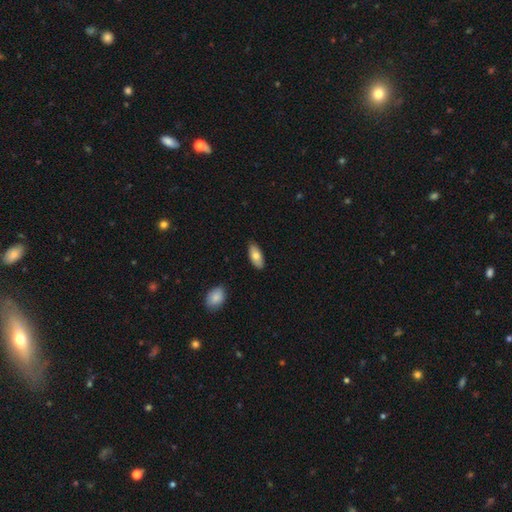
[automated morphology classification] Smooth or featured? Predicted: smooth (p=0.76). How rounded? Predicted: in between (p=0.89). Merging? Predicted: none (p=0.85).